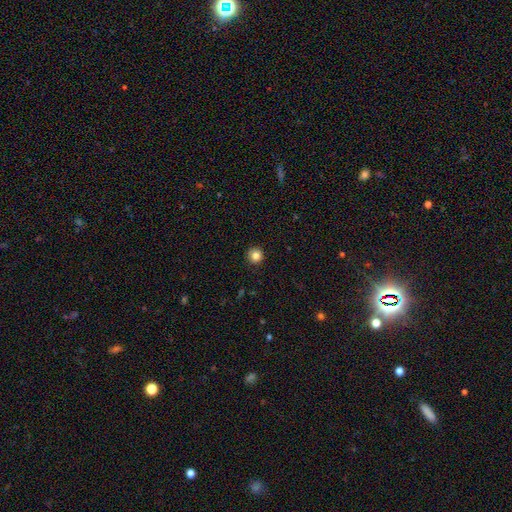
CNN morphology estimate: This appears to be a smooth galaxy with no disk features (84%) that is round (95%). Merging: none (93%).